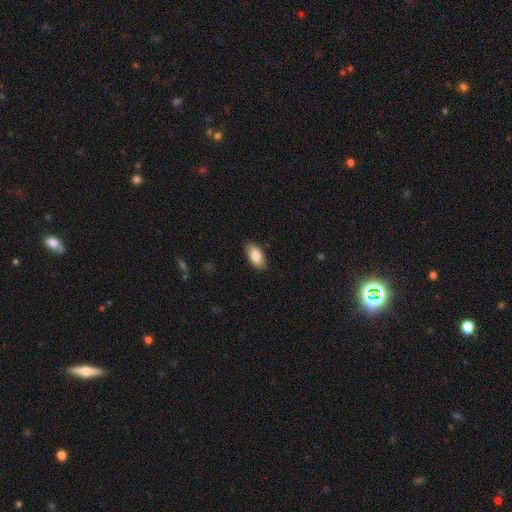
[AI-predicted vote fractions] This appears to be a smooth galaxy with no disk features (84%) that is in between round and cigar-shaped (93%). Merging: none (87%).